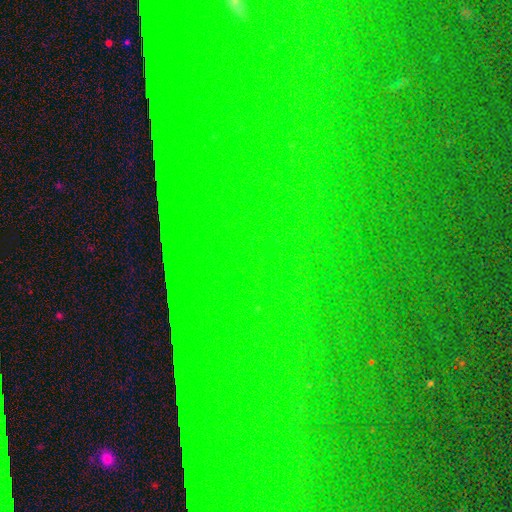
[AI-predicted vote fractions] Q: Smooth or featured?
A: star or artifact (86%); runner-up: smooth (7%)